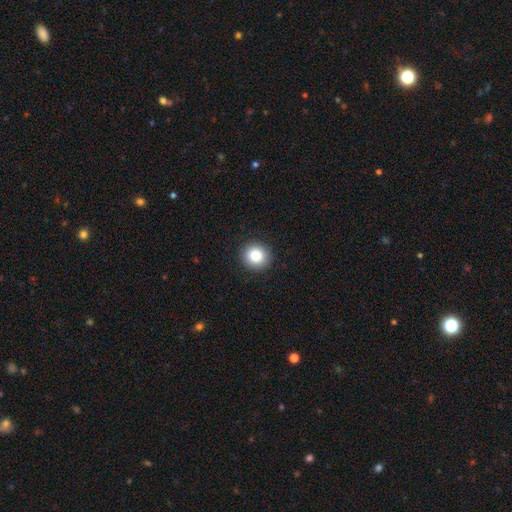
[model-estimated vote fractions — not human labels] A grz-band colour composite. It shows a smooth galaxy with no disk features (86%) that is round (91%). Merging: none (91%).